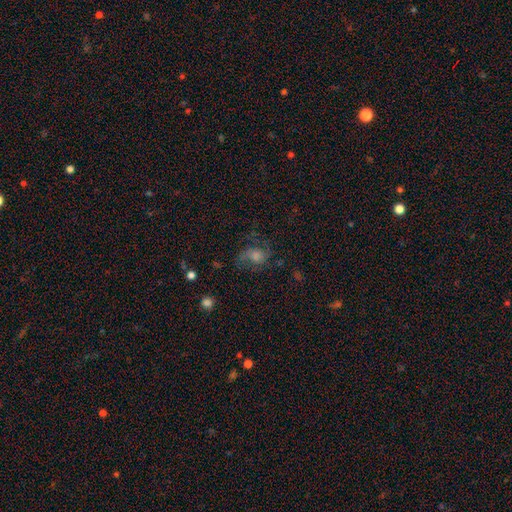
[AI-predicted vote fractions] A featured or disk galaxy (53%) with no bar (69%), spiral arms (84%) and a moderate central bulge (42%). Merging: none (57%).